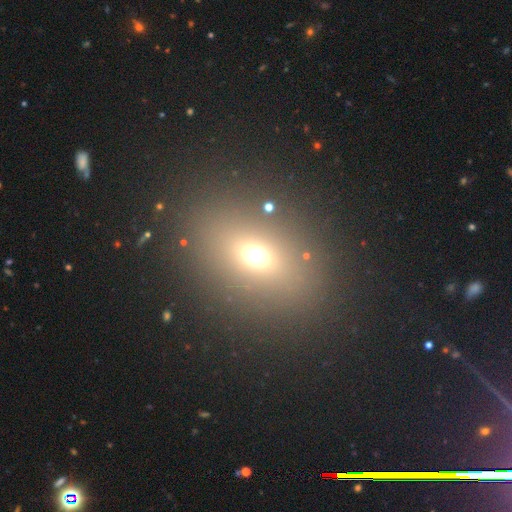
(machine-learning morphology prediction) Smooth or featured? smooth (65%)
How rounded? in between (60%)
Merging? none (80%)